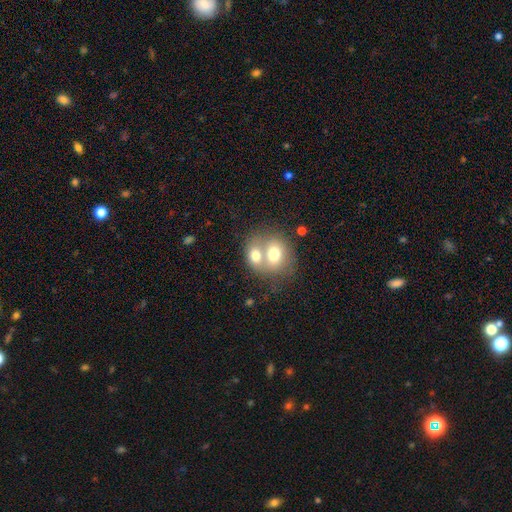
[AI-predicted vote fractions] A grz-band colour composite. It shows a smooth galaxy with no disk features (69%) that is round (50%). Merging: merger (70%).